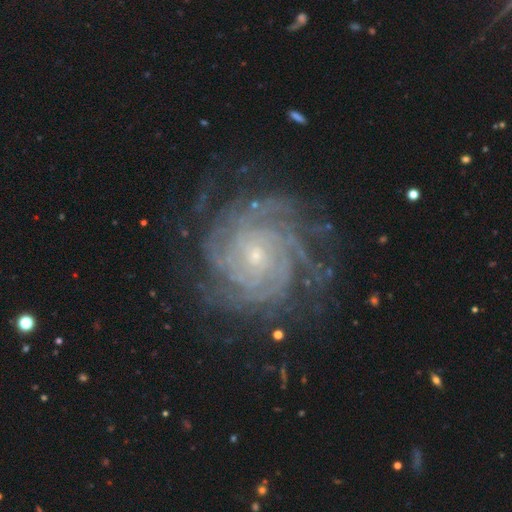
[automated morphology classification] This appears to be a featured or disk galaxy (90%) with no bar (74%), tight (80%) spiral arms (98%) and a small central bulge (80%). Merging: none (76%).